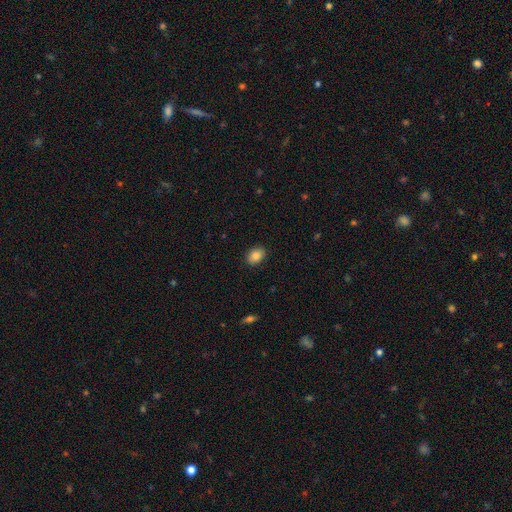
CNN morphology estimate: smooth-or-featured: smooth: 86% | star or artifact: 8% | featured or disk: 6%
  how-rounded: in between: 77% | round: 22% | cigar-shaped: 1%
  merging: none: 89% | minor disturbance: 8% | major disturbance: 2% | merger: 1%